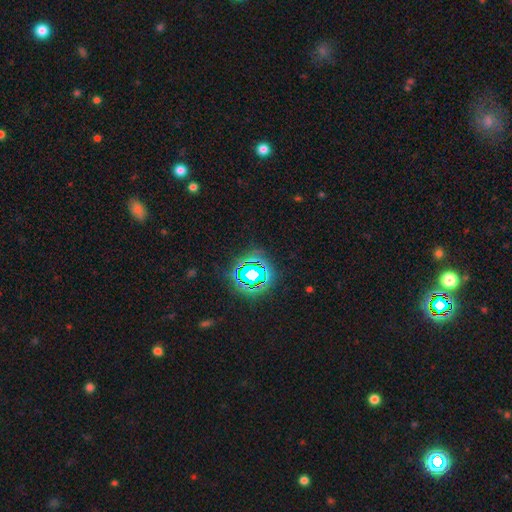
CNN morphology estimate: Smooth or featured? Predicted: star or artifact (p=0.75).